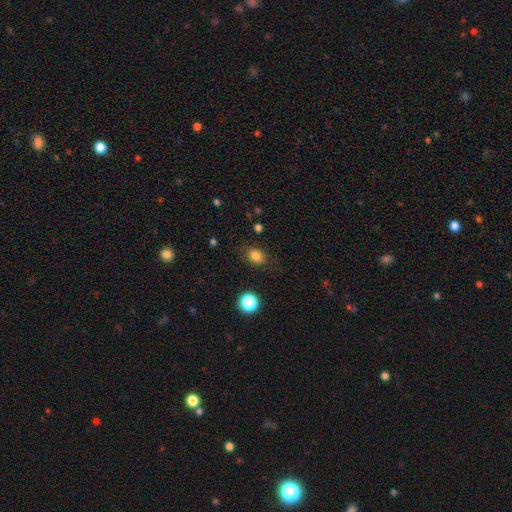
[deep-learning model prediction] smooth_or_featured: smooth (p=0.82) [alt: star or artifact p=0.12]
how_rounded: in between (p=0.57) [alt: round p=0.41]
merging: none (p=0.80) [alt: minor disturbance p=0.14]